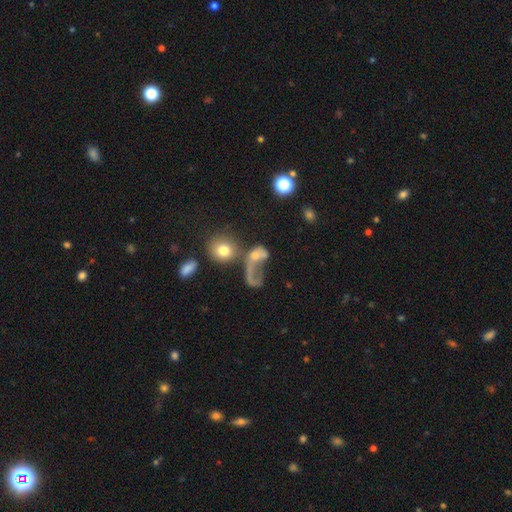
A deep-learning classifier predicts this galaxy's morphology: smooth-or-featured: smooth: 47% | featured or disk: 39% | star or artifact: 14%
  merging: major disturbance: 38% | merger: 36% | none: 18% | minor disturbance: 9%